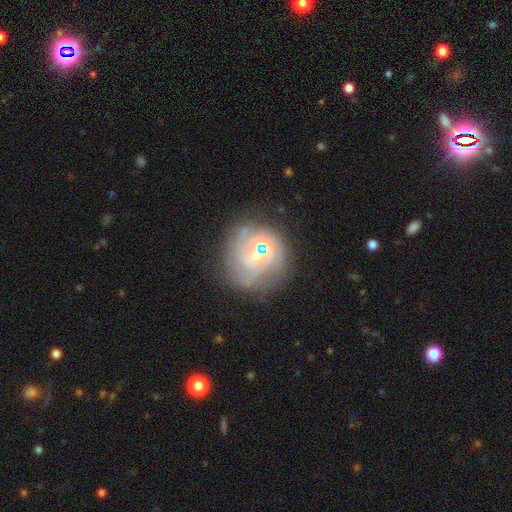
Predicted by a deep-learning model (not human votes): Smooth or featured? featured or disk (62%)
Edge-on disk? no (97%)
Bar? no (55%)
Spiral arms? yes (69%)
Bulge size? moderate (48%)
Merging? none (64%)